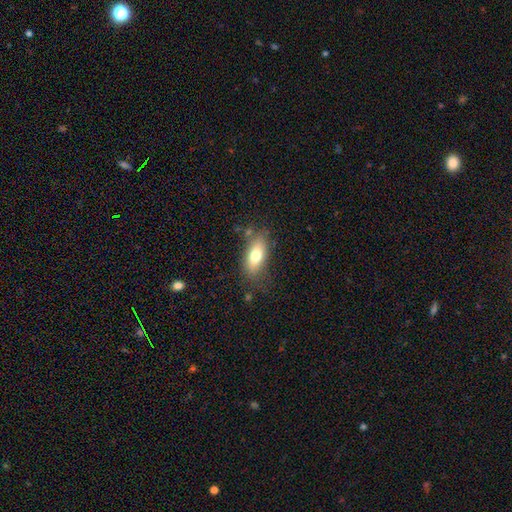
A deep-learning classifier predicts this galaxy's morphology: This is likely a smooth galaxy (73%). How rounded: clearly in between (83%). Merging: likely none (75%).